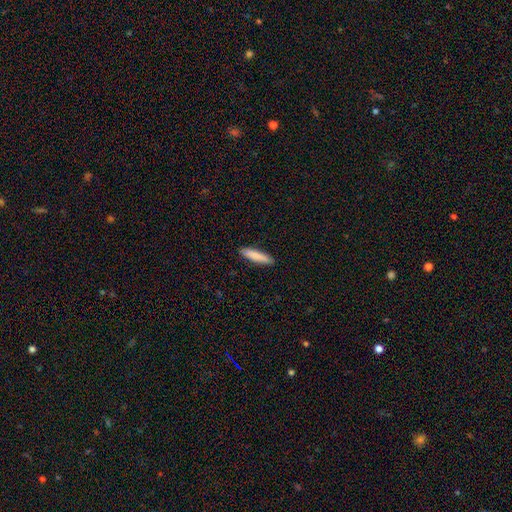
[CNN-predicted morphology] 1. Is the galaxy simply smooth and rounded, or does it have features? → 86% smooth, 9% featured or disk, 5% star or artifact.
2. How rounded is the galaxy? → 85% cigar-shaped, 14% in between, 1% round.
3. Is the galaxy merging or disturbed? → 91% none, 7% minor disturbance, 2% major disturbance, 1% merger.